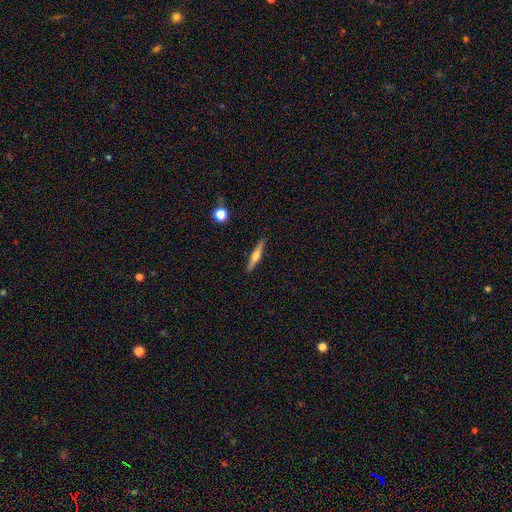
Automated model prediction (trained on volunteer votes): Overall: featured or disk (55%; smooth 38%). Edge-on disk: yes (96%). Edge-on bulge: rounded (85%). Merging: none (89%).